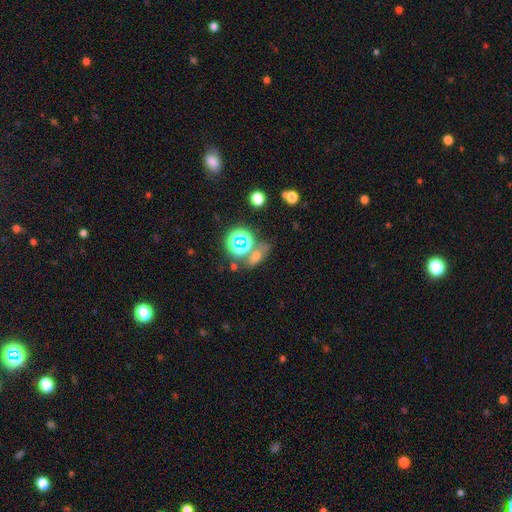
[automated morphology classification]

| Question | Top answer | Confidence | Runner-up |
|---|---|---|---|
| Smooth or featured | smooth | 44% | star or artifact (41%) |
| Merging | none | 62% | merger (18%) |